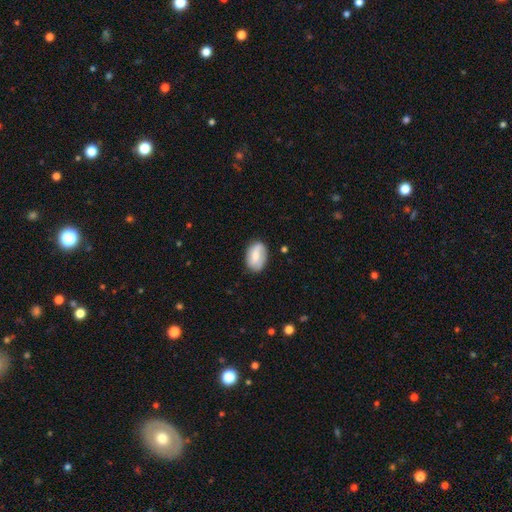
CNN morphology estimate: This is likely a smooth galaxy (67%). How rounded: clearly in between (89%). Merging: likely none (75%).